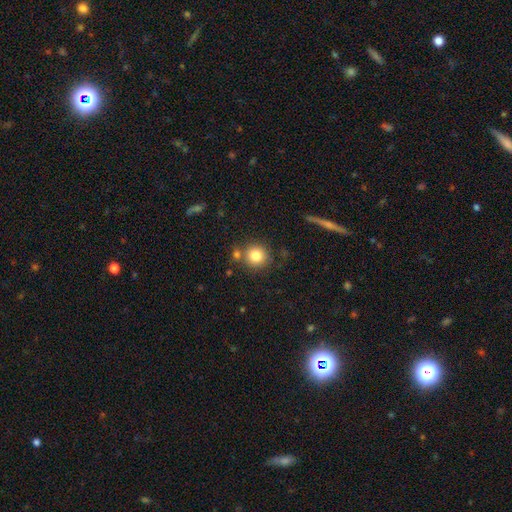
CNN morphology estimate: smooth_or_featured: smooth (p=0.82) [alt: star or artifact p=0.11]
how_rounded: round (p=0.91) [alt: in between p=0.08]
merging: none (p=0.76) [alt: merger p=0.12]